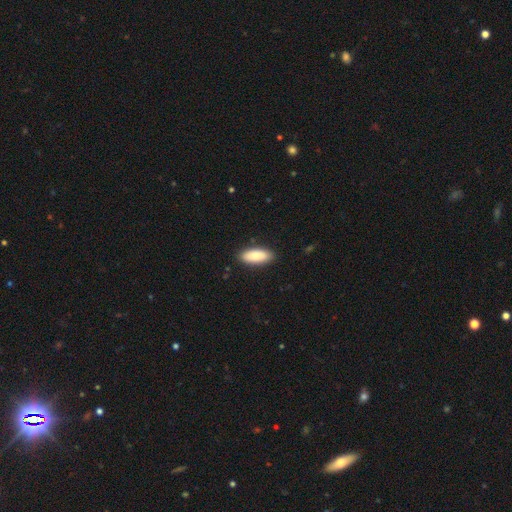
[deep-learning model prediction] Smooth or featured: smooth — 89% (featured or disk — 6%)
How rounded: in between — 80% (cigar-shaped — 18%)
Merging: none — 88% (minor disturbance — 9%)